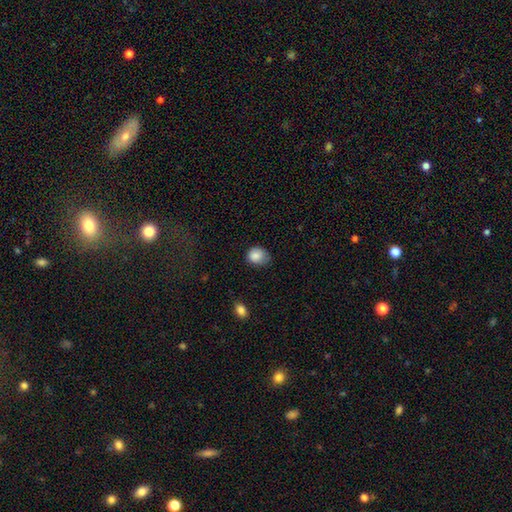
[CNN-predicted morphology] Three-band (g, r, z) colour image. It shows a smooth galaxy with no disk features (86%) that is round (60%). Merging: none (57%).